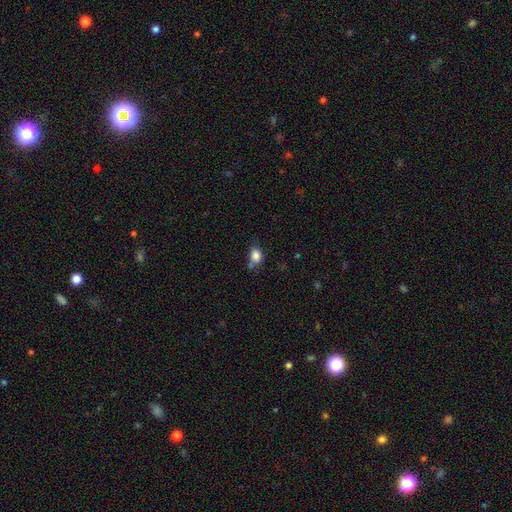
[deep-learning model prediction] Smooth or featured: smooth — 83% (star or artifact — 11%)
How rounded: in between — 60% (round — 39%)
Merging: none — 54% (minor disturbance — 27%)